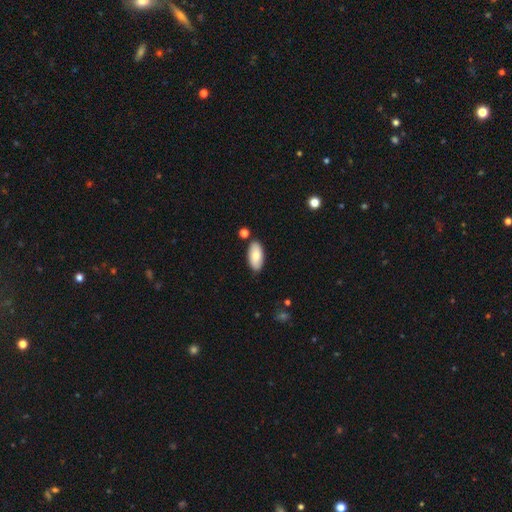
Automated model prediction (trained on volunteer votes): This is likely a smooth galaxy (78%). How rounded: clearly in between (93%). Merging: clearly none (83%).